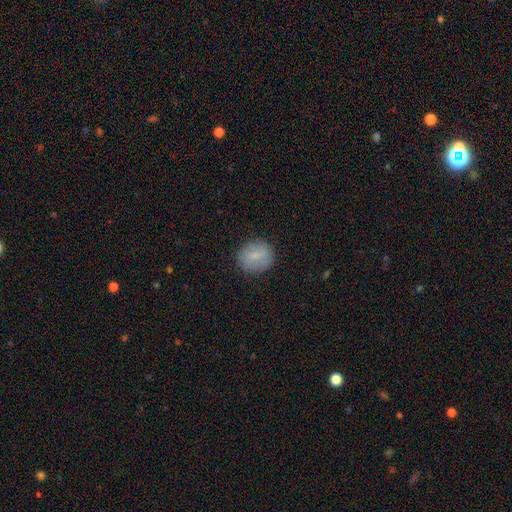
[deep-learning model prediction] Overall: smooth (76%). How rounded: round (80%). Merging: none (86%).